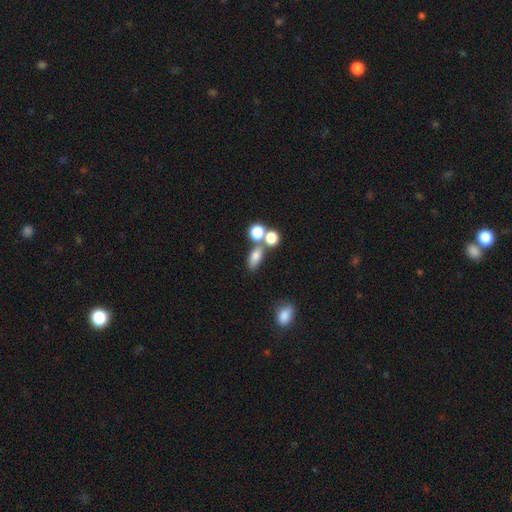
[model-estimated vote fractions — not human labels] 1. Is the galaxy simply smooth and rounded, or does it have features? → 75% smooth, 13% star or artifact, 12% featured or disk.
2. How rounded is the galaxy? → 72% in between, 20% round, 8% cigar-shaped.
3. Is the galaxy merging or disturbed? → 50% none, 34% merger, 11% minor disturbance, 5% major disturbance.